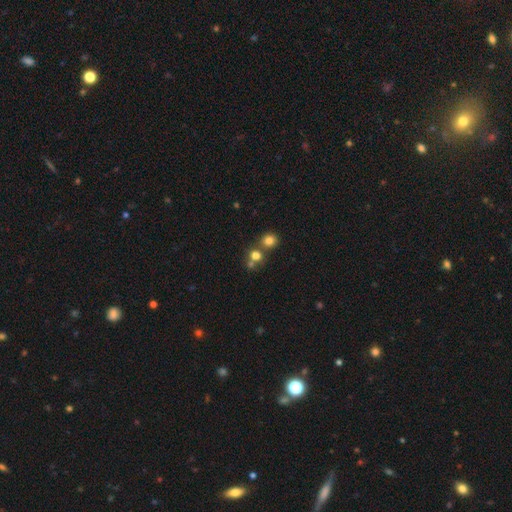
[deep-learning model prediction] Smooth or featured: smooth — 75% (star or artifact — 16%)
How rounded: round — 83% (in between — 16%)
Merging: none — 54% (merger — 36%)